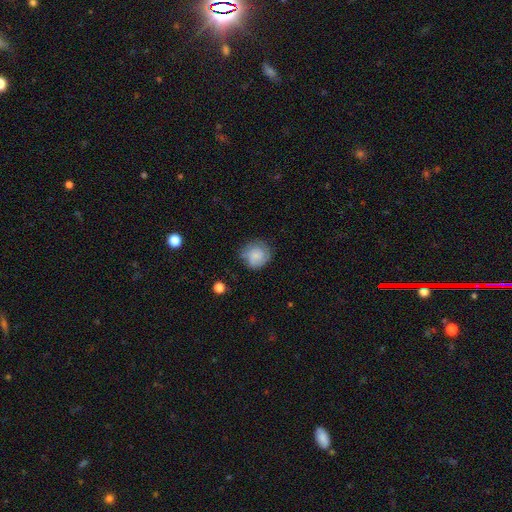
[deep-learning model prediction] This appears to be a smooth galaxy with no disk features (68%) that is round (83%). Merging: none (67%).